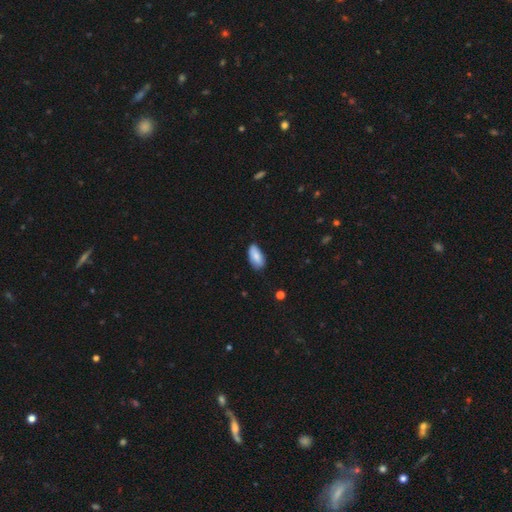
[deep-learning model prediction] Overall: smooth (85%). How rounded: in between (91%). Merging: none (76%).